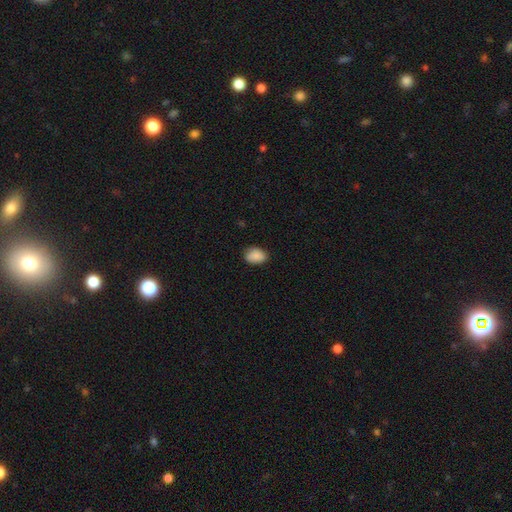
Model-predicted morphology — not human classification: smooth-or-featured: smooth: 88% | star or artifact: 7% | featured or disk: 4%
  how-rounded: in between: 76% | round: 22% | cigar-shaped: 1%
  merging: none: 78% | minor disturbance: 18% | major disturbance: 3% | merger: 1%